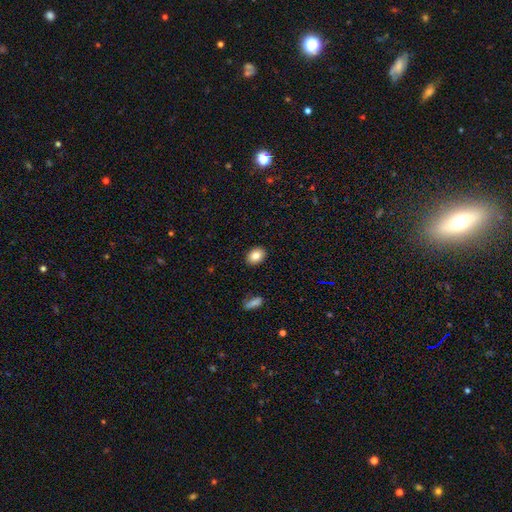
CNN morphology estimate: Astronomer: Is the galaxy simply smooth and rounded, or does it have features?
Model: smooth — 84%.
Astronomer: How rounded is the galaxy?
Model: in between — 70%.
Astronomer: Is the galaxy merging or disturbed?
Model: none — 90%.